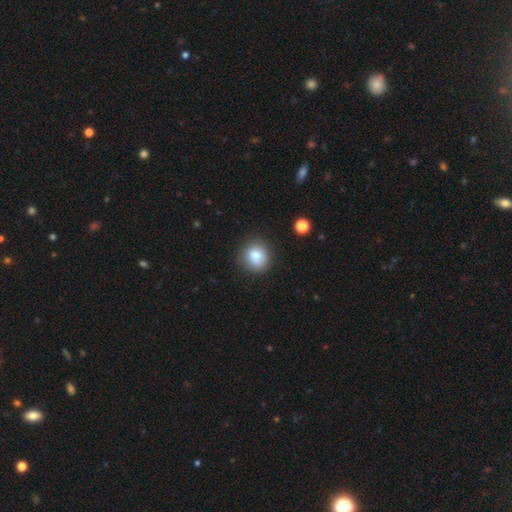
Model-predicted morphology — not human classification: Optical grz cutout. It shows a smooth galaxy with no disk features (81%) that is round (82%). Merging: none (84%).